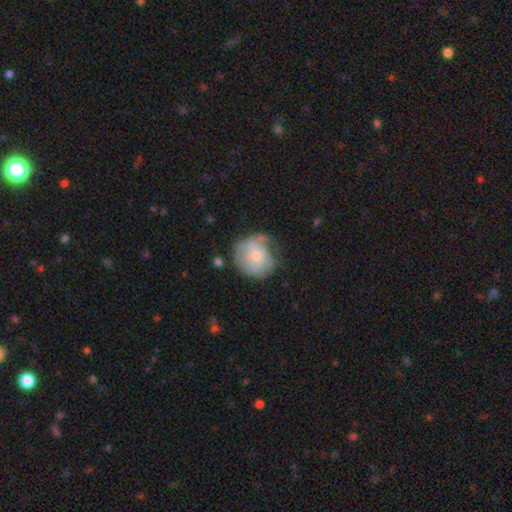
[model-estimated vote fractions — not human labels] This appears to be a featured or disk galaxy (47%). Merging: none (43%).